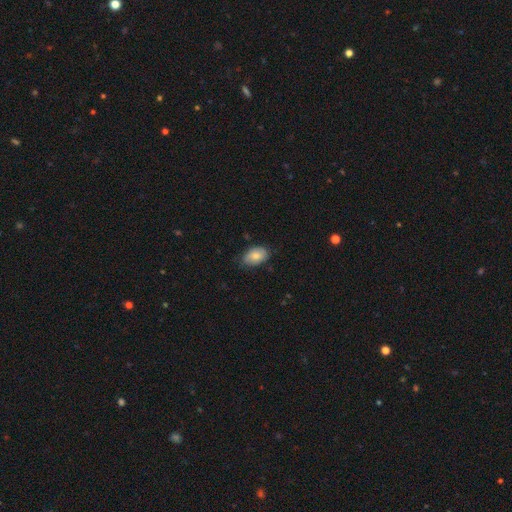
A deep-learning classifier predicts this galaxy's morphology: smooth_or_featured: smooth (p=0.81) [alt: featured or disk p=0.12]
how_rounded: in between (p=0.91) [alt: round p=0.08]
merging: none (p=0.73) [alt: minor disturbance p=0.23]